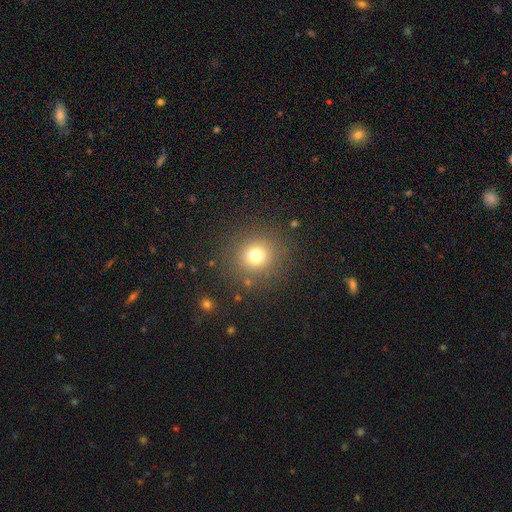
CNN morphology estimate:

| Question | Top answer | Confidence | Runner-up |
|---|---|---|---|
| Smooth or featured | smooth | 73% | star or artifact (17%) |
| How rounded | round | 91% | in between (8%) |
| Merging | none | 87% | minor disturbance (8%) |